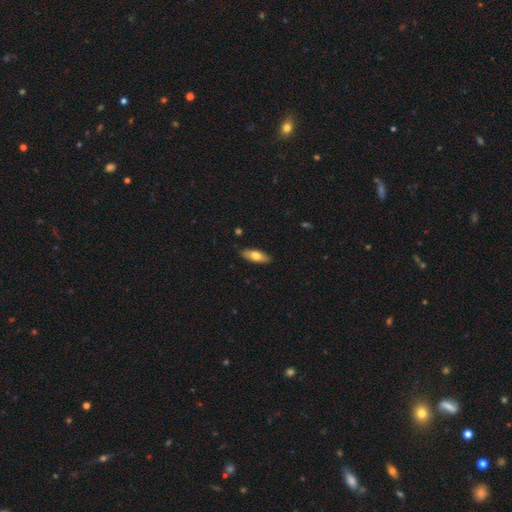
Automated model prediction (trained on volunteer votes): This appears to be a smooth galaxy with no disk features (70%) that is in between round and cigar-shaped (68%). Merging: none (88%).